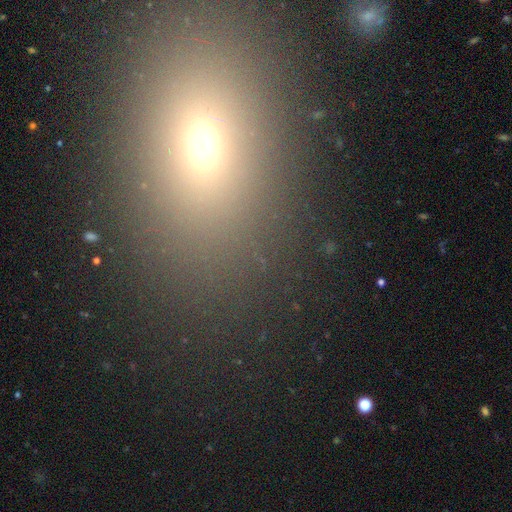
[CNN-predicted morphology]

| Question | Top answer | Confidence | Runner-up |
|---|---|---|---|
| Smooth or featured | smooth | 58% | star or artifact (29%) |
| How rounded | in between | 67% | round (30%) |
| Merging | none | 82% | minor disturbance (9%) |